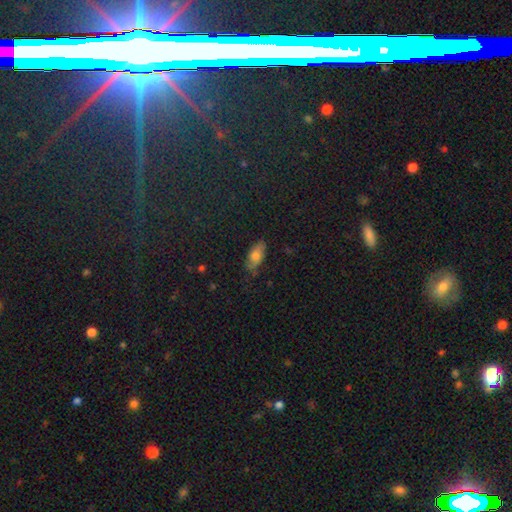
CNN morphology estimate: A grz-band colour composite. It shows a smooth galaxy with no disk features (68%) that is in between round and cigar-shaped (87%). Merging: none (75%).